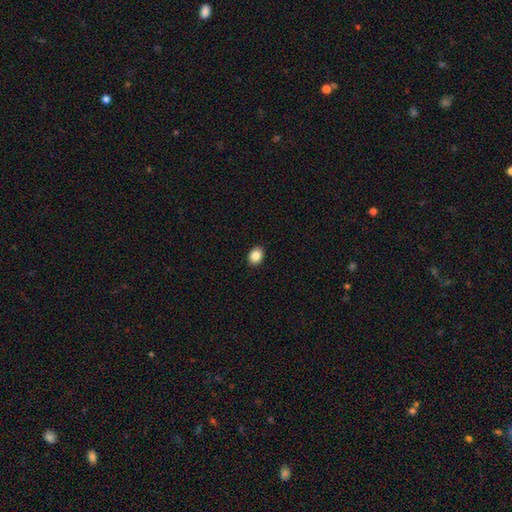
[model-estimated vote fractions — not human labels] Morphology: type=smooth (87%); roundness=in between (60%); merging=none (92%).